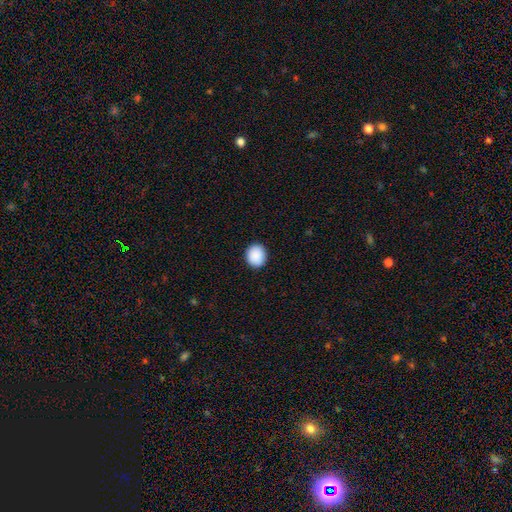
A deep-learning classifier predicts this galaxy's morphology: Smooth or featured? smooth (90%)
How rounded? round (68%)
Merging? none (91%)